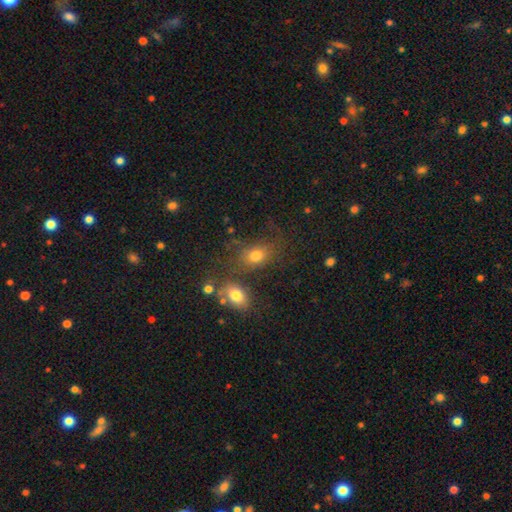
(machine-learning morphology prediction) Smooth or featured: smooth — 71% (star or artifact — 15%)
How rounded: in between — 77% (round — 21%)
Merging: none — 54% (minor disturbance — 17%)